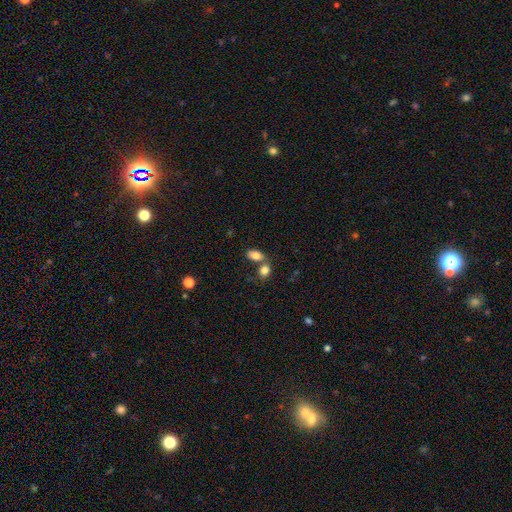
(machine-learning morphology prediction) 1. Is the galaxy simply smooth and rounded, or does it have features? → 83% smooth, 9% star or artifact, 8% featured or disk.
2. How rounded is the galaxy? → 87% in between, 11% round, 2% cigar-shaped.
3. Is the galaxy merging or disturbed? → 50% none, 35% merger, 11% minor disturbance, 4% major disturbance.